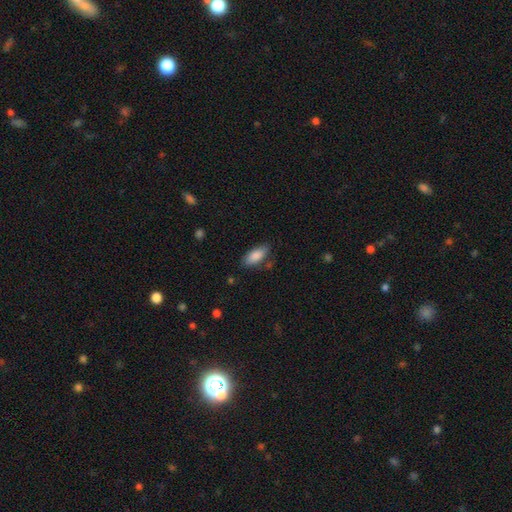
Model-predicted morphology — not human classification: smooth 87%, featured or disk 7%, star or artifact 6%. Down the decision tree: how rounded — in between (87%); merging — none (78%).